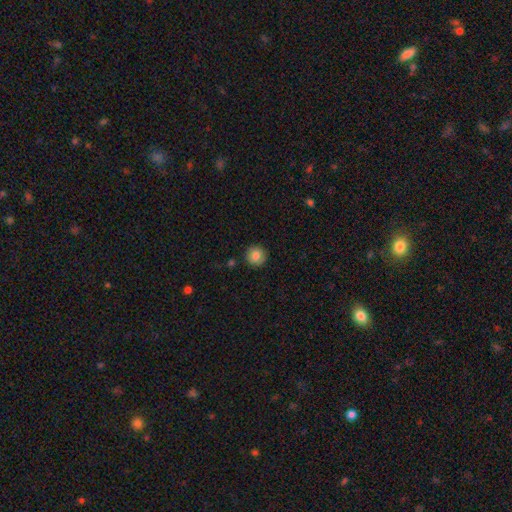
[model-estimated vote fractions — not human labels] This is clearly a smooth galaxy (84%). How rounded: clearly round (95%). Merging: clearly none (91%).